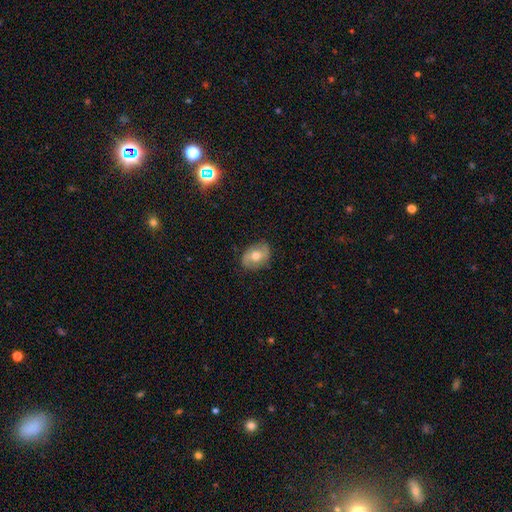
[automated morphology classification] Smooth or featured?
  - featured or disk: 48% *
  - smooth: 45%
  - star or artifact: 7%
Merging?
  - none: 82% *
  - minor disturbance: 14%
  - major disturbance: 3%
  - merger: 1%